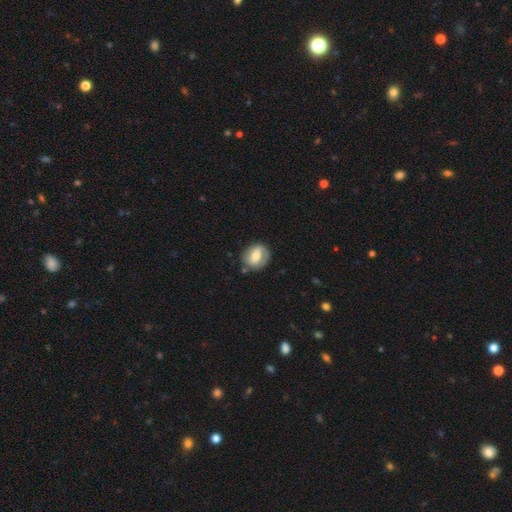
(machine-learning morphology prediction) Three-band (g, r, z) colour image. It shows a smooth galaxy with no disk features (55%) that is round (58%). Merging: none (73%).